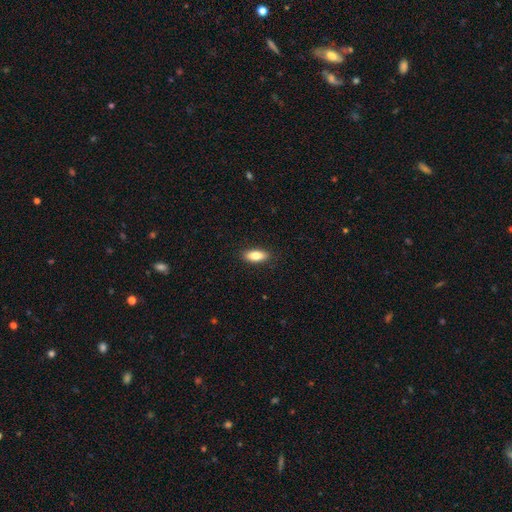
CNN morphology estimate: A smooth galaxy with no disk features (83%) that is in between round and cigar-shaped (83%). Merging: none (89%).